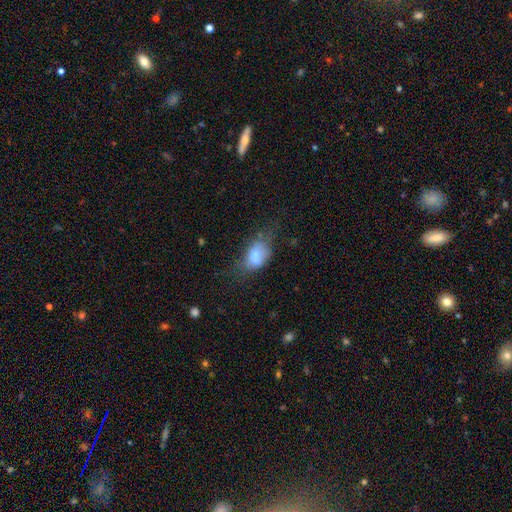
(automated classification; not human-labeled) smooth-or-featured: smooth: 69% | featured or disk: 21% | star or artifact: 10%
  how-rounded: in between: 81% | round: 17% | cigar-shaped: 2%
  merging: none: 35% | minor disturbance: 31% | major disturbance: 27% | merger: 7%